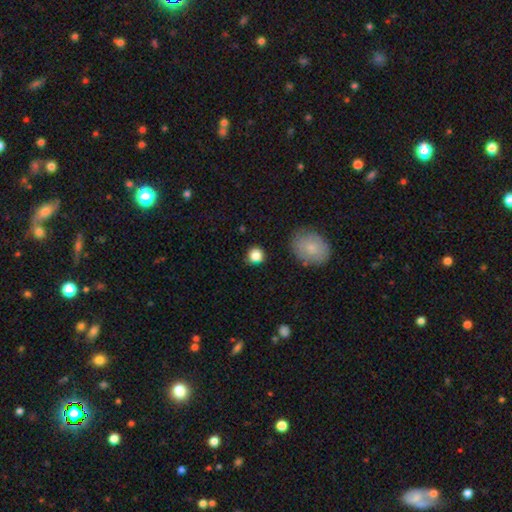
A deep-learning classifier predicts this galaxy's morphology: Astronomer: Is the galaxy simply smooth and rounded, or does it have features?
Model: smooth — 84%.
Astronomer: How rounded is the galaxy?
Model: round — 89%.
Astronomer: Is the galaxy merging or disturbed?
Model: none — 81%.